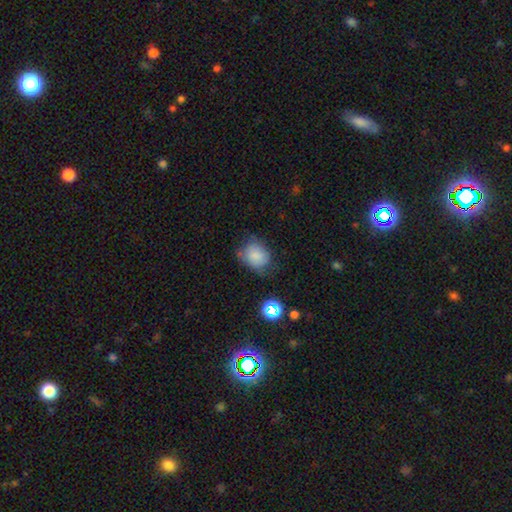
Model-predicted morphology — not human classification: Overall: smooth (79%). How rounded: round (52%; in between 47%). Merging: none (55%; minor disturbance 30%).